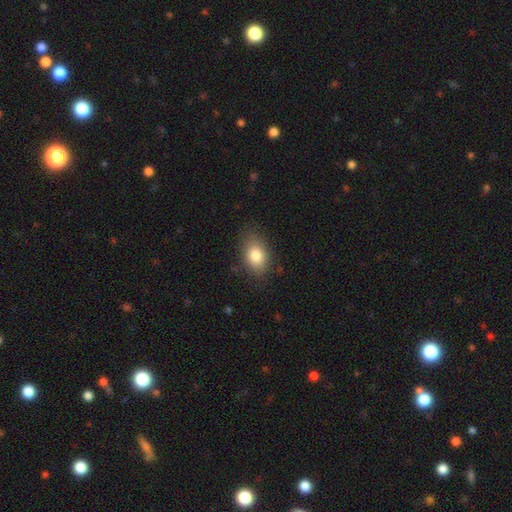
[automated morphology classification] This is clearly a smooth galaxy (82%). How rounded: clearly in between (81%). Merging: likely none (79%).